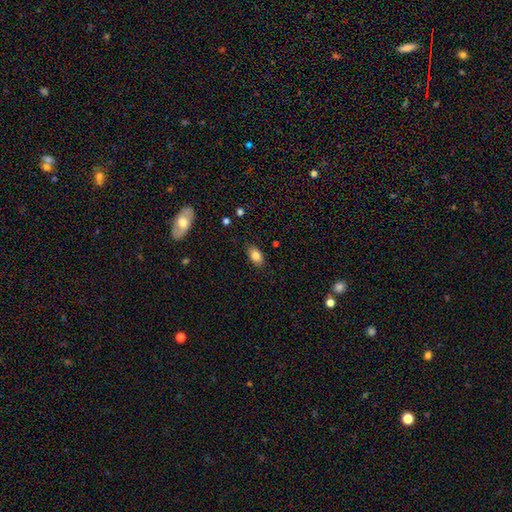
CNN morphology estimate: Q: Smooth or featured?
A: smooth (82%); runner-up: featured or disk (9%)
Q: How rounded?
A: in between (88%); runner-up: round (9%)
Q: Merging?
A: none (82%); runner-up: minor disturbance (14%)